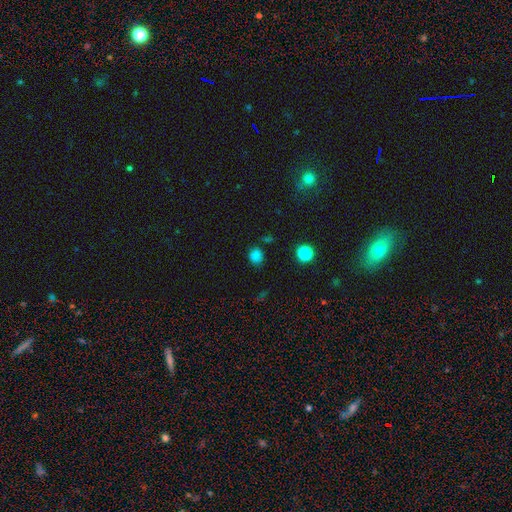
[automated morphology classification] Smooth or featured?
  - smooth: 77% *
  - star or artifact: 19%
  - featured or disk: 4%
How rounded?
  - round: 71% *
  - in between: 28%
  - cigar-shaped: 1%
Merging?
  - none: 76% *
  - minor disturbance: 15%
  - major disturbance: 4%
  - merger: 4%